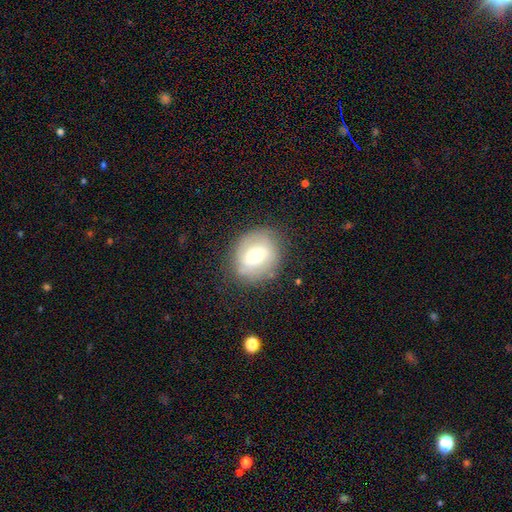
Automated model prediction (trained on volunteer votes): Q: Smooth or featured?
A: smooth (48%); runner-up: featured or disk (43%)
Q: Merging?
A: none (75%); runner-up: minor disturbance (16%)